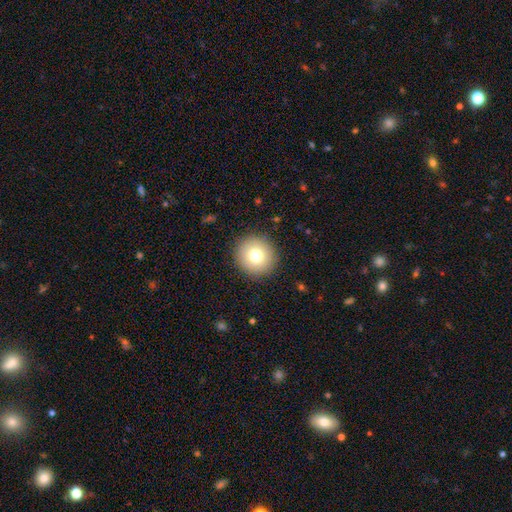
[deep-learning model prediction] Morphology: type=smooth (77%); roundness=round (93%); merging=none (91%).